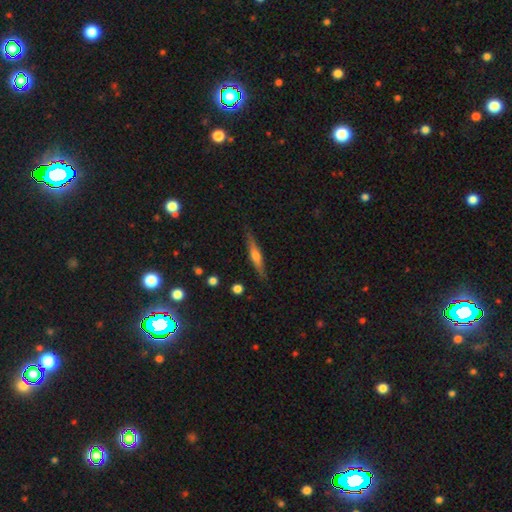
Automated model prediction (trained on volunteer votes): This is likely a featured or disk galaxy (60%). It is clearly viewed edge-on (96%). Edge-on bulge: clearly rounded (81%). Merging: clearly none (86%).